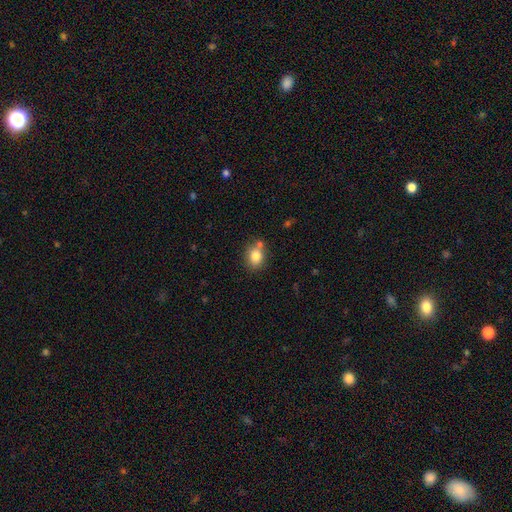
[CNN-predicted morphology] This is clearly a smooth galaxy (82%). How rounded: possibly round (52%). Merging: likely none (66%).